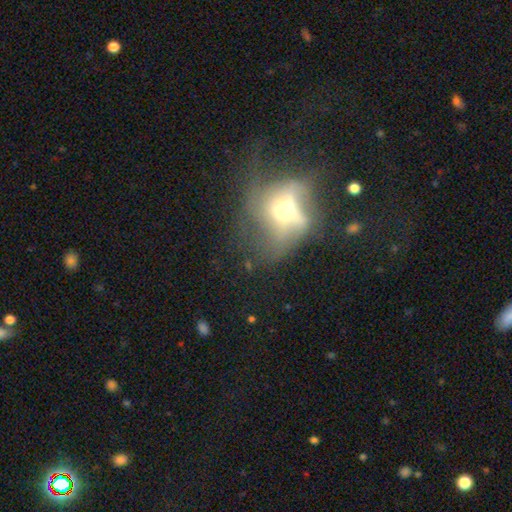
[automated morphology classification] Smooth or featured?
  - featured or disk: 51% *
  - smooth: 28%
  - star or artifact: 20%
Edge-on disk?
  - no: 92% *
  - yes: 8%
Merging?
  - major disturbance: 43% *
  - none: 32%
  - minor disturbance: 17%
  - merger: 9%